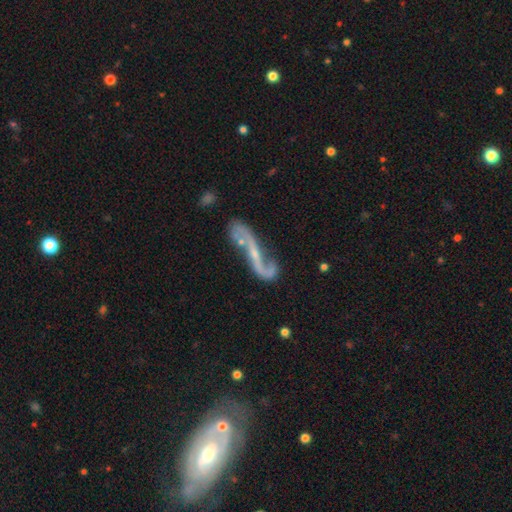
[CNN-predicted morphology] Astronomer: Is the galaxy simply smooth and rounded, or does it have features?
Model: featured or disk — 80%.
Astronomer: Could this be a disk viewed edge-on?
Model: no — 81%.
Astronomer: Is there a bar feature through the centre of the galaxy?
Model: no — 39% (runner-up: weak, 35%).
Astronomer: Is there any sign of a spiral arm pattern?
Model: yes — 85%.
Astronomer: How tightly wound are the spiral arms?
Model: loose — 77%.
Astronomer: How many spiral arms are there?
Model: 2 — 86%.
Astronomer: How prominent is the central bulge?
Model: small — 63%.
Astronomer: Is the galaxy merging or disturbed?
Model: none — 49%.